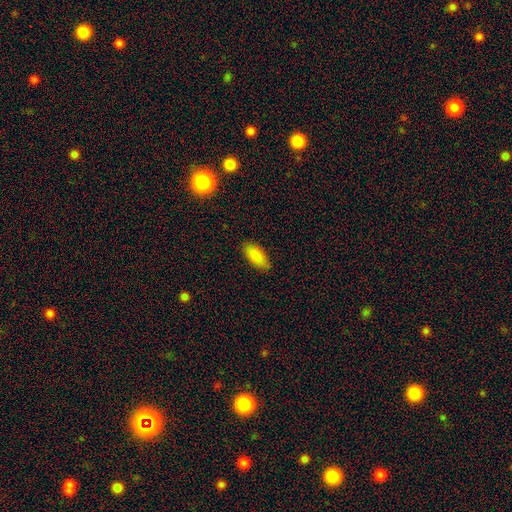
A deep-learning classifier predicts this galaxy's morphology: Q: Smooth or featured?
A: smooth (86%); runner-up: featured or disk (7%)
Q: How rounded?
A: in between (87%); runner-up: cigar-shaped (11%)
Q: Merging?
A: none (86%); runner-up: minor disturbance (11%)